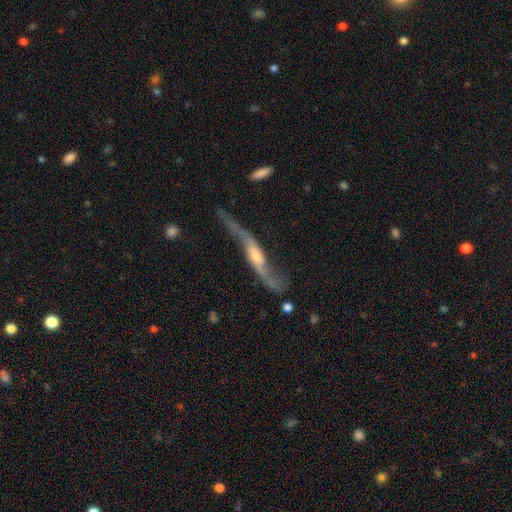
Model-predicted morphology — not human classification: smooth_or_featured: featured or disk (p=0.85) [alt: smooth p=0.10]
disk_edge_on: no (p=0.64) [alt: yes p=0.36]
bar: no (p=0.42) [alt: weak p=0.38]
has_spiral_arms: yes (p=0.92) [alt: no p=0.08]
bulge_size: moderate (p=0.43) [alt: small p=0.30]
merging: none (p=0.54) [alt: minor disturbance p=0.22]